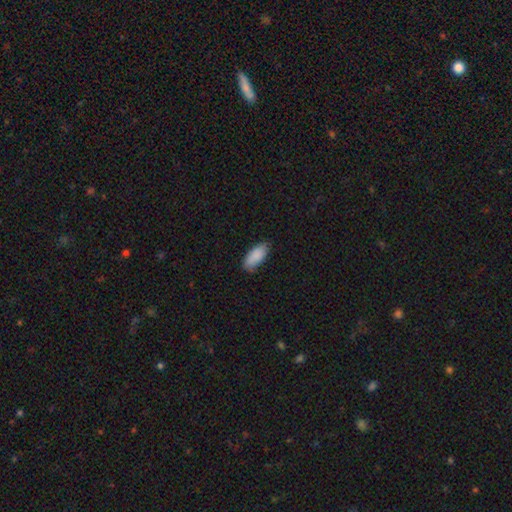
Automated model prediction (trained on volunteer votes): smooth 88%, star or artifact 6%, featured or disk 6%. Down the decision tree: how rounded — in between (87%); merging — none (76%).